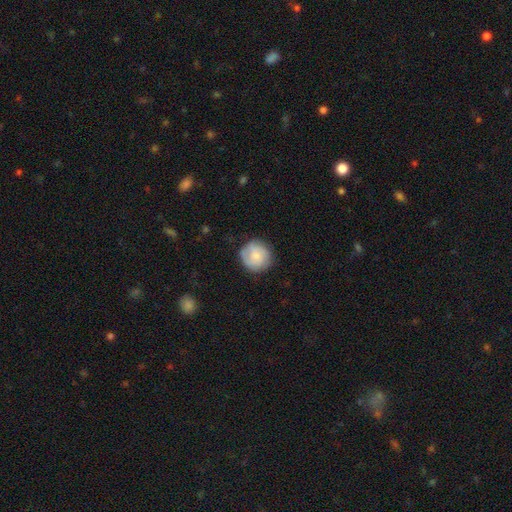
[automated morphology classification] This appears to be a smooth galaxy with no disk features (70%) that is round (92%). Merging: none (78%).